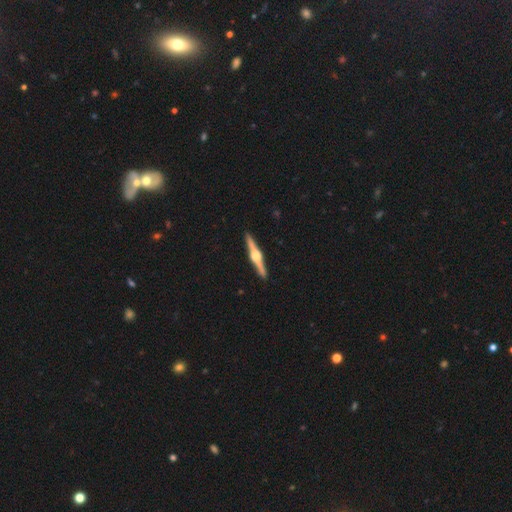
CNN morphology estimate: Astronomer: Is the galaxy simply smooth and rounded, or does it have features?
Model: featured or disk — 85%.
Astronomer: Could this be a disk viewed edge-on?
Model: yes — 99%.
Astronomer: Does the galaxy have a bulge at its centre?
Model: rounded — 94%.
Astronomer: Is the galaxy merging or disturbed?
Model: none — 93%.